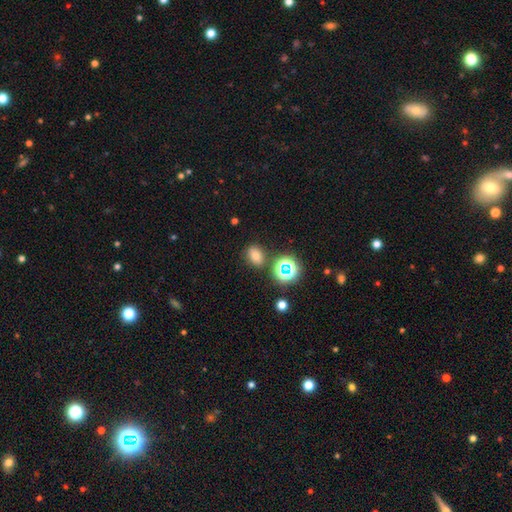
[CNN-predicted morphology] Smooth or featured: smooth — 70% (star or artifact — 22%)
How rounded: in between — 61% (round — 37%)
Merging: none — 80% (minor disturbance — 11%)